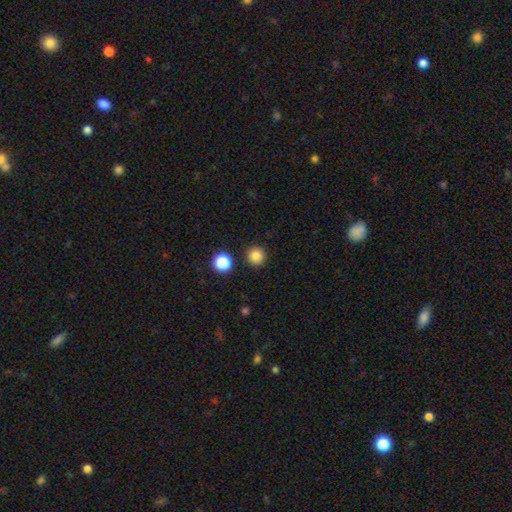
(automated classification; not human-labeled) smooth 84%, star or artifact 12%, featured or disk 4%. Down the decision tree: how rounded — round (95%); merging — none (91%).